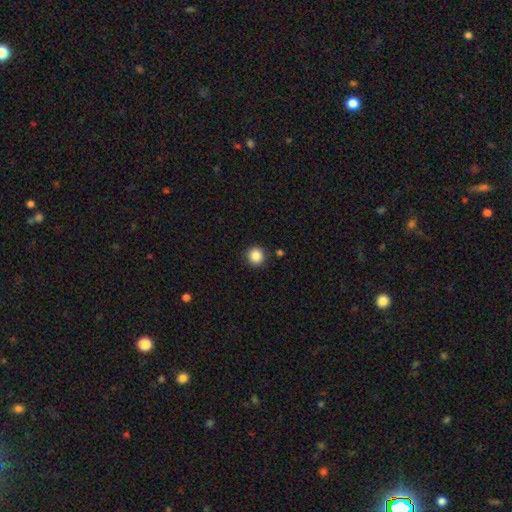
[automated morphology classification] Smooth or featured?
  - smooth: 87% *
  - star or artifact: 10%
  - featured or disk: 3%
How rounded?
  - round: 93% *
  - in between: 6%
  - cigar-shaped: 1%
Merging?
  - none: 89% *
  - minor disturbance: 6%
  - merger: 2%
  - major disturbance: 2%